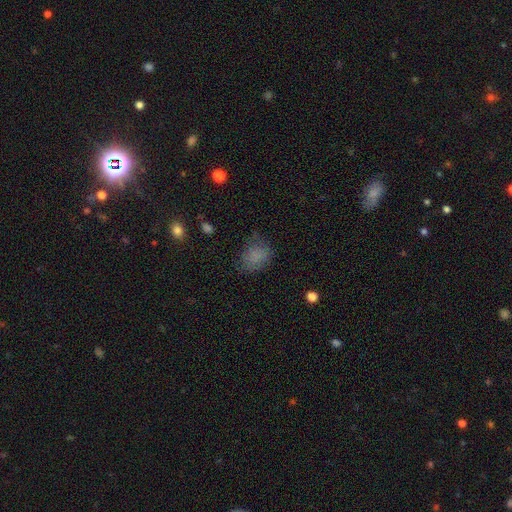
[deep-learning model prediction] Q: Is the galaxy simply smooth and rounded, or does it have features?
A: smooth — 80%.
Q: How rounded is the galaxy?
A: in between — 61%.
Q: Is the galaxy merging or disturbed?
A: none — 67%.